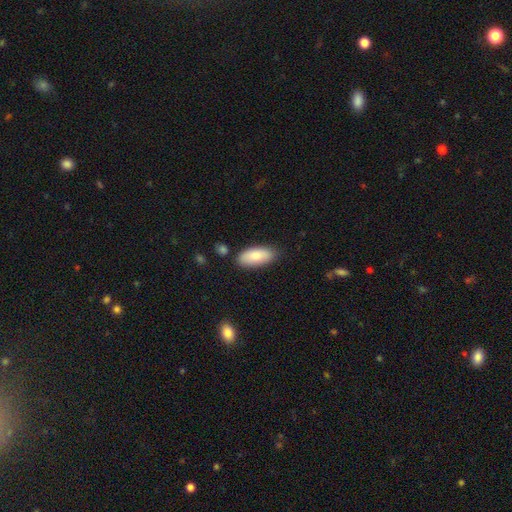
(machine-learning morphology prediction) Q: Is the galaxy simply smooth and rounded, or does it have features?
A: smooth — 83%.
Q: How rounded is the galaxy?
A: in between — 87%.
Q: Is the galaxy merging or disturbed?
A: none — 80%.